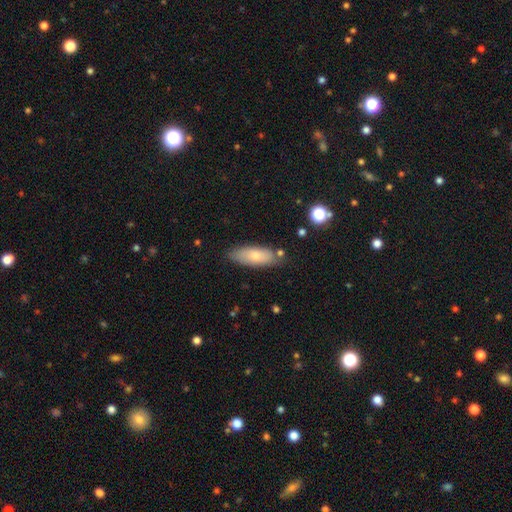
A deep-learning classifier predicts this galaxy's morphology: A smooth galaxy with no disk features (74%) that is in between round and cigar-shaped (74%).

Vote fractions:
- Smooth or featured? smooth: 74% / featured or disk: 19% / star or artifact: 7%
- How rounded? in between: 74% / cigar-shaped: 24% / round: 2%
- Merging? none: 77% / minor disturbance: 16% / merger: 4% / major disturbance: 3%